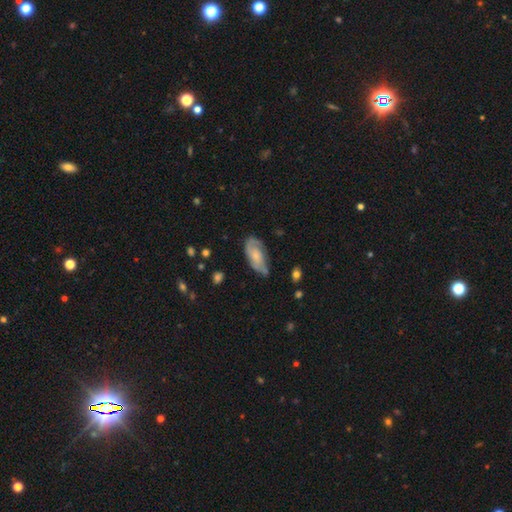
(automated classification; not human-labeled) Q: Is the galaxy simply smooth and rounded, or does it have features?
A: featured or disk — 58%.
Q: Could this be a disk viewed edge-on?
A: no — 93%.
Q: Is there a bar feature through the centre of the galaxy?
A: no — 71%.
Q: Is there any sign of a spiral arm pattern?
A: yes — 83%.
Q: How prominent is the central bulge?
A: small — 43%.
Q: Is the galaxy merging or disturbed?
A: none — 58%.